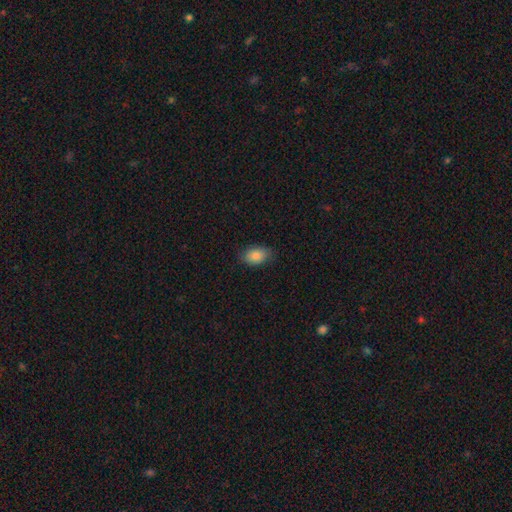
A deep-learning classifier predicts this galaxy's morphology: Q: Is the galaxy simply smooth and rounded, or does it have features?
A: smooth — 87%.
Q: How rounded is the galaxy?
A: in between — 88%.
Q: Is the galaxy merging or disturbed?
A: none — 81%.